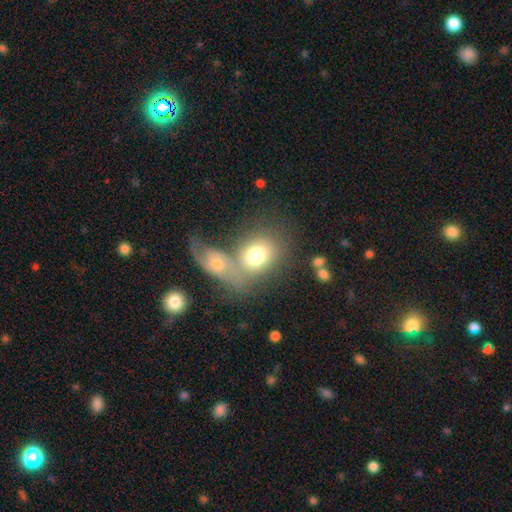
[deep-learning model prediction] This appears to be a smooth galaxy with no disk features (71%) that is in between round and cigar-shaped (54%). Merging: merger (42%).